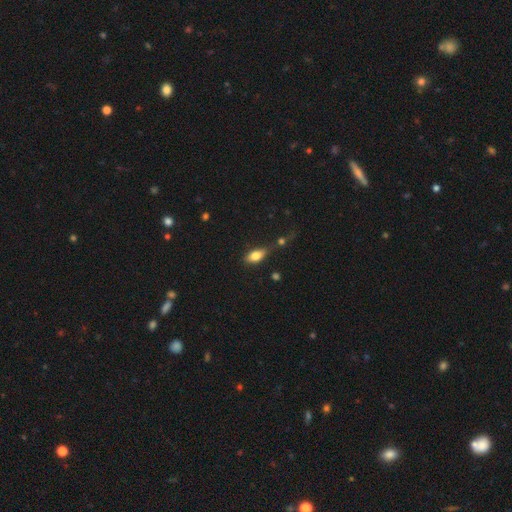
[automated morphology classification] This is likely a smooth galaxy (77%). How rounded: clearly in between (85%). Merging: possibly none (55%).